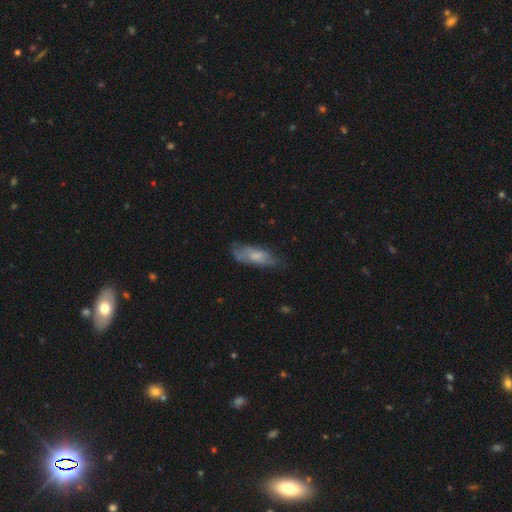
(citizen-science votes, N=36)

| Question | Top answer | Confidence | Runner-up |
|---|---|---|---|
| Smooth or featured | smooth | 53% | featured or disk (44%) |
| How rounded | in between | 68% | cigar-shaped (32%) |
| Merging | minor disturbance | 40% | none (37%) |